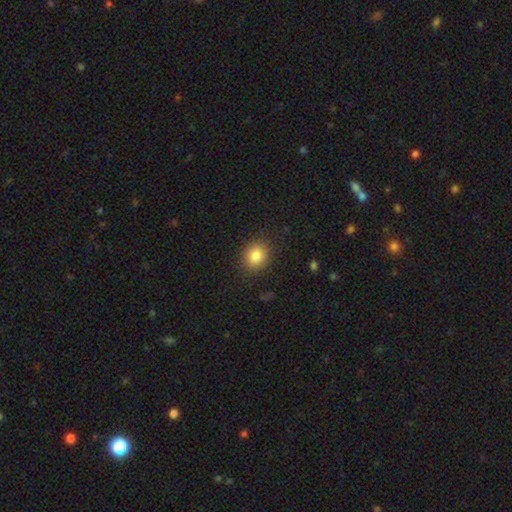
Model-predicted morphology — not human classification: Smooth or featured: smooth — 83% (star or artifact — 10%)
How rounded: round — 71% (in between — 29%)
Merging: none — 87% (minor disturbance — 9%)